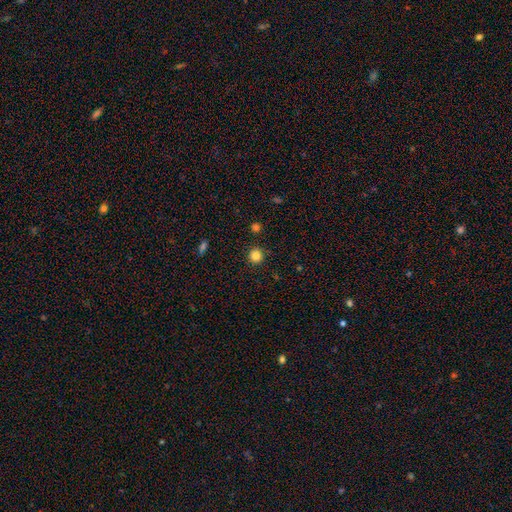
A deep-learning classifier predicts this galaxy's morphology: smooth_or_featured: smooth (p=0.84) [alt: star or artifact p=0.12]
how_rounded: round (p=0.94) [alt: in between p=0.05]
merging: none (p=0.91) [alt: minor disturbance p=0.05]